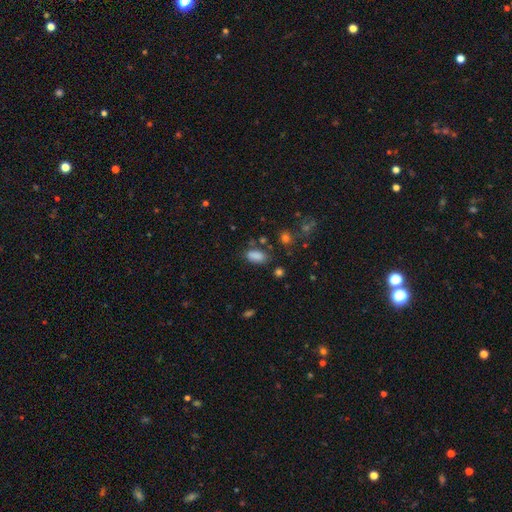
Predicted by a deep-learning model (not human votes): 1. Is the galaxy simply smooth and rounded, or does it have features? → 85% smooth, 10% star or artifact, 5% featured or disk.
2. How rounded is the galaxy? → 91% in between, 5% cigar-shaped, 4% round.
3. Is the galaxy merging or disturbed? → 72% none, 18% minor disturbance, 5% major disturbance, 5% merger.